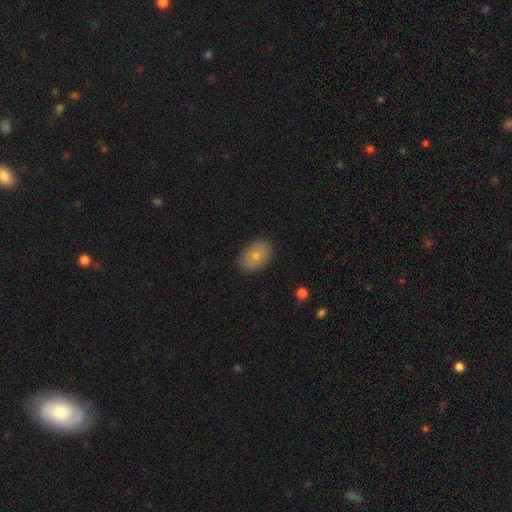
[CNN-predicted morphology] Q: Smooth or featured?
A: smooth (77%); runner-up: featured or disk (15%)
Q: How rounded?
A: in between (85%); runner-up: round (14%)
Q: Merging?
A: none (87%); runner-up: minor disturbance (10%)